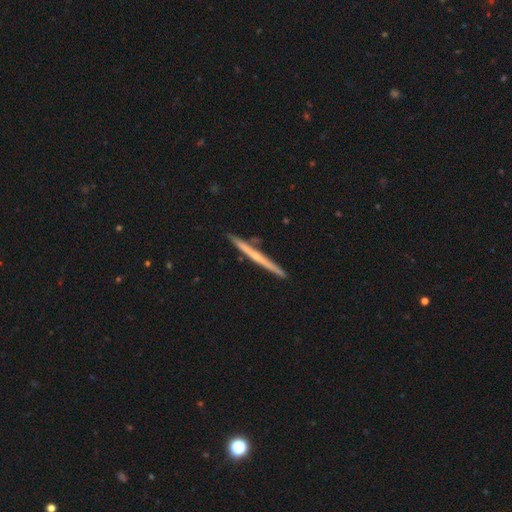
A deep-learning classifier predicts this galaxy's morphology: Smooth or featured: featured or disk — 67% (smooth — 28%)
Edge-on disk: yes — 98% (no — 2%)
Edge-on bulge: none — 50% (rounded — 45%)
Merging: none — 89% (minor disturbance — 8%)